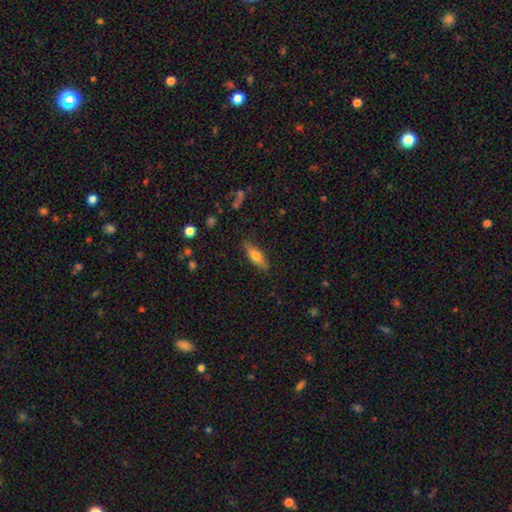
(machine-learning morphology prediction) Smooth or featured? smooth (61%)
How rounded? cigar-shaped (53%)
Merging? none (83%)